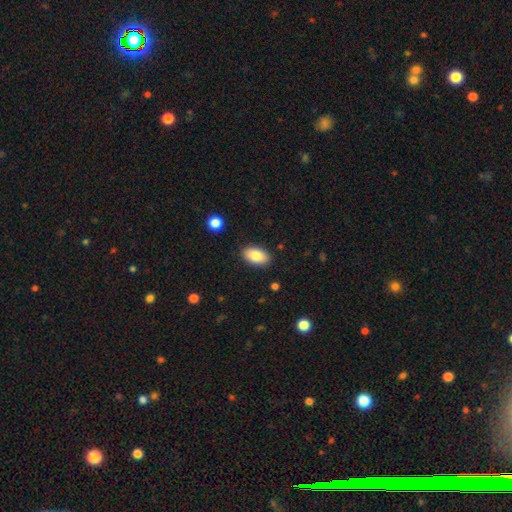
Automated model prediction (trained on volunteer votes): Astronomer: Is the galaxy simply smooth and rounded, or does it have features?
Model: smooth — 83%.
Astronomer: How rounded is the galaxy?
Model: in between — 93%.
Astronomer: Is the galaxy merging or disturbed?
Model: none — 88%.